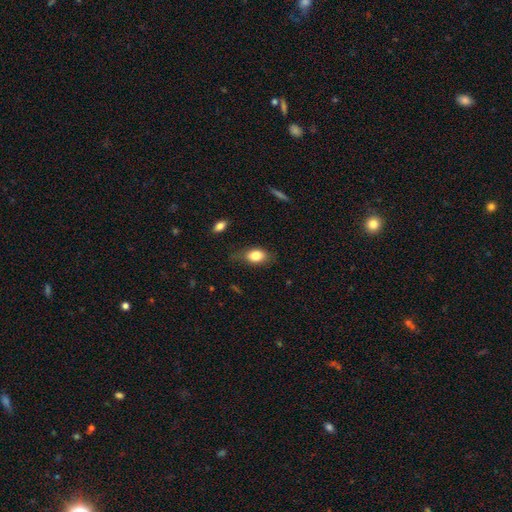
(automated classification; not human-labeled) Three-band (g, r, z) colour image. It shows a smooth galaxy with no disk features (81%) that is in between round and cigar-shaped (81%). Merging: none (68%).